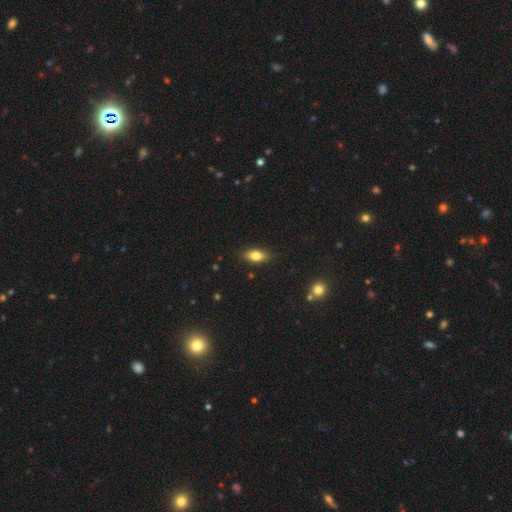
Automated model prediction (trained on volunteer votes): Morphology: type=smooth (78%); roundness=in between (84%); merging=none (86%).